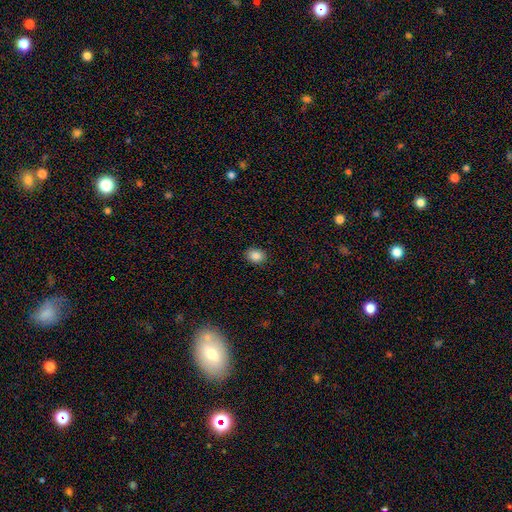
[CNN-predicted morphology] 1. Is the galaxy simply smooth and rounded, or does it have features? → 86% smooth, 9% star or artifact, 5% featured or disk.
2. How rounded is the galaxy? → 61% in between, 38% round, 1% cigar-shaped.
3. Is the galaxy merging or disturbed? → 89% none, 8% minor disturbance, 2% major disturbance, 1% merger.